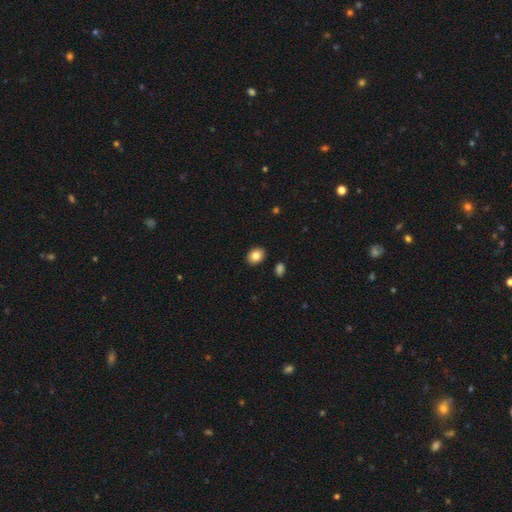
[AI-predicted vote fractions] This appears to be a smooth galaxy with no disk features (84%) that is in between round and cigar-shaped (61%). Merging: none (89%).